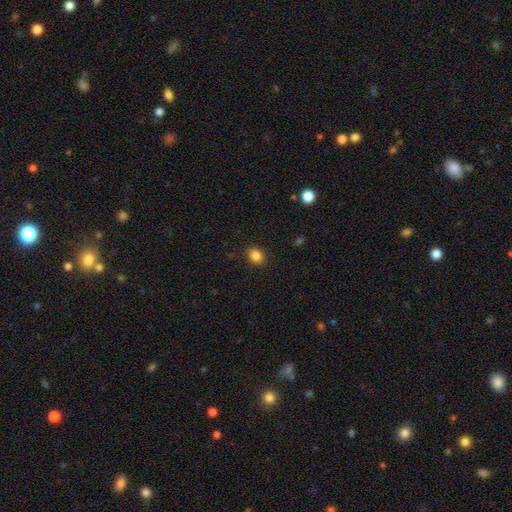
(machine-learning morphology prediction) smooth 85%, star or artifact 10%, featured or disk 4%. Down the decision tree: how rounded — round (60%); merging — none (90%).